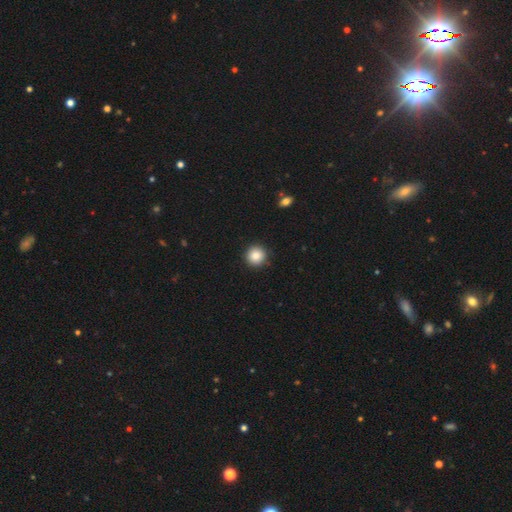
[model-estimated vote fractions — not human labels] Overall: smooth (86%). How rounded: round (95%). Merging: none (91%).